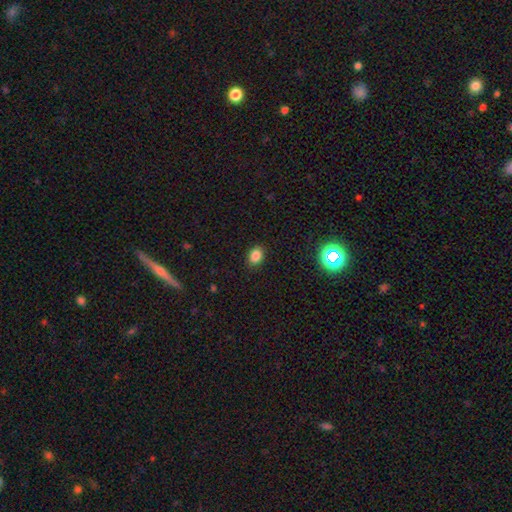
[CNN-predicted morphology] This appears to be a smooth galaxy with no disk features (83%) that is in between round and cigar-shaped (68%). Merging: none (89%).